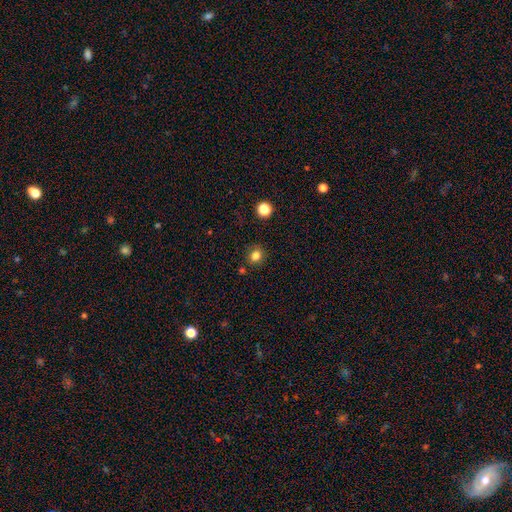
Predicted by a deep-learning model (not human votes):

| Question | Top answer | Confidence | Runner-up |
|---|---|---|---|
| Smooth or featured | smooth | 81% | star or artifact (13%) |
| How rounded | round | 74% | in between (25%) |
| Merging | none | 85% | minor disturbance (10%) |